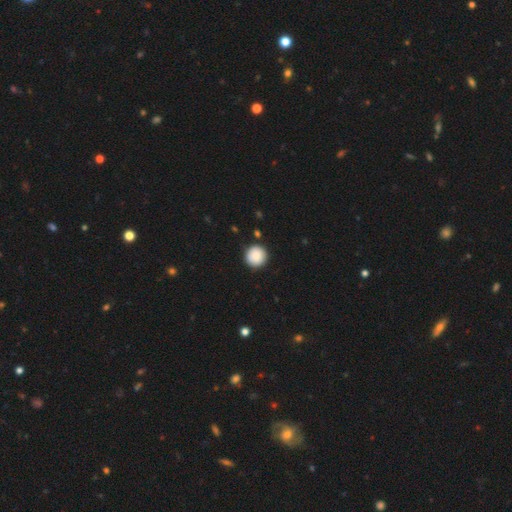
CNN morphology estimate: Smooth or featured? smooth (88%)
How rounded? round (95%)
Merging? none (90%)